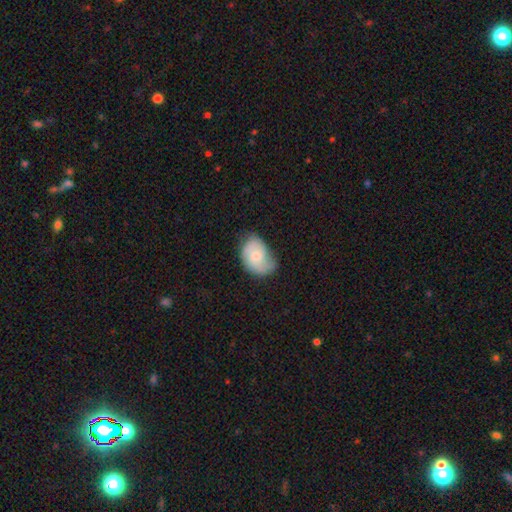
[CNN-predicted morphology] A smooth galaxy with no disk features (61%) that is in between round and cigar-shaped (81%). Merging: none (44%).